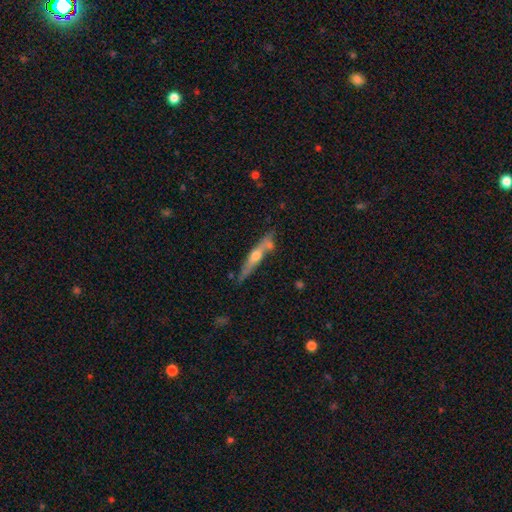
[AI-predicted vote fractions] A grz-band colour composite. It shows a featured or disk galaxy (54%) viewed edge-on (89%). Merging: none (67%).